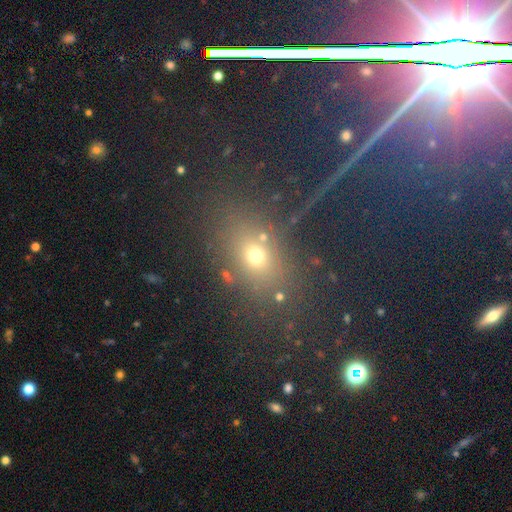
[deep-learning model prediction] Smooth or featured: smooth — 62% (star or artifact — 25%)
How rounded: in between — 57% (round — 40%)
Merging: none — 75% (minor disturbance — 11%)